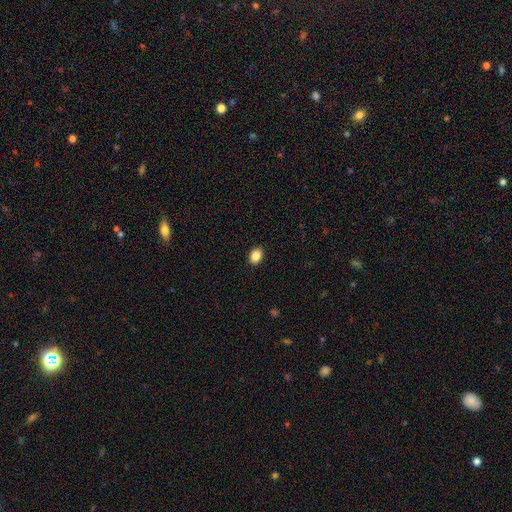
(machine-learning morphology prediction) Smooth or featured? smooth (87%)
How rounded? in between (75%)
Merging? none (90%)